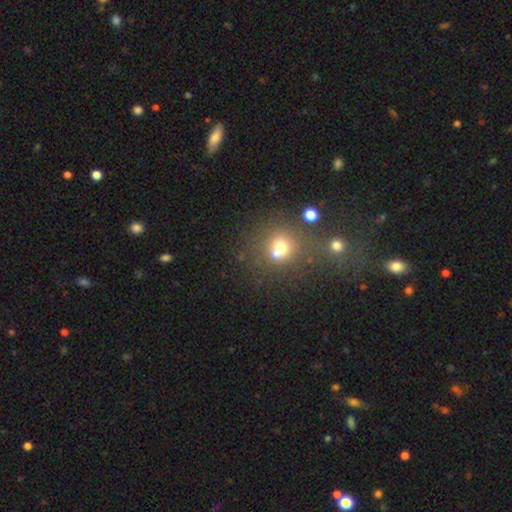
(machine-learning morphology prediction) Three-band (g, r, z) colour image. It shows a smooth galaxy with no disk features (56%) that is round (83%). Merging: none (62%).